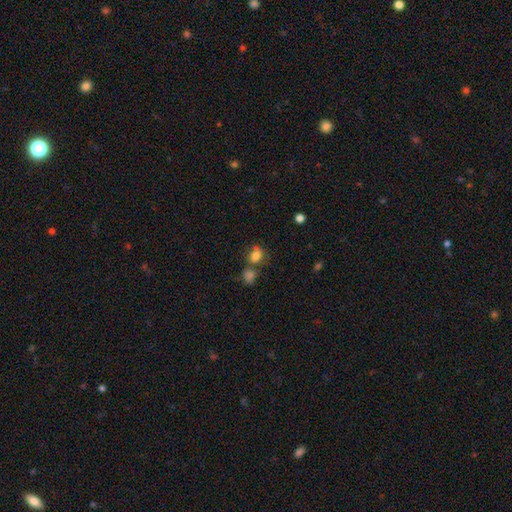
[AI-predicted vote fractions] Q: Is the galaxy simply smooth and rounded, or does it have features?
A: smooth — 77%.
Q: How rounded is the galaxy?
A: round — 54%.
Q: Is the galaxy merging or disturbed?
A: none — 45%.